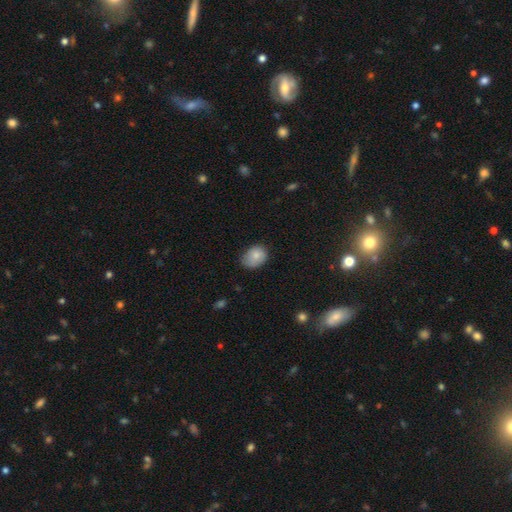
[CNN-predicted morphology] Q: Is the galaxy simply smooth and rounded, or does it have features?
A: smooth — 82%.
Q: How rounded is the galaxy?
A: in between — 65%.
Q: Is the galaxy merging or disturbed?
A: none — 62%.